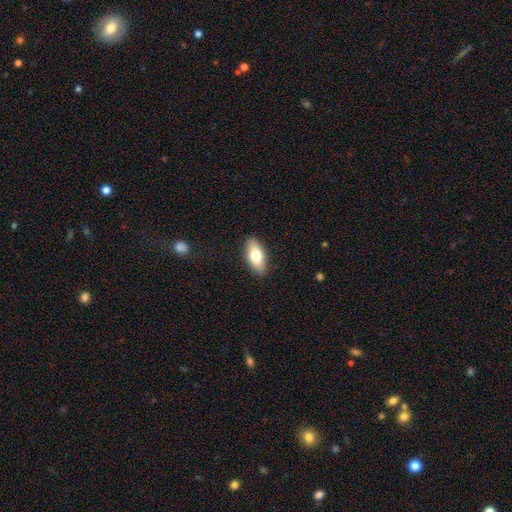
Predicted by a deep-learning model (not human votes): smooth 73%, featured or disk 20%, star or artifact 6%. Down the decision tree: how rounded — in between (83%); merging — none (88%).